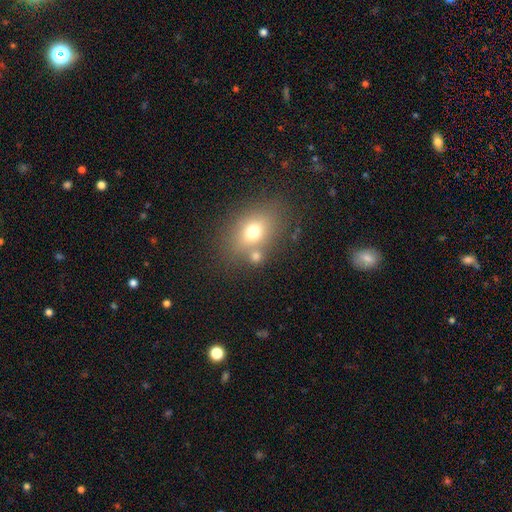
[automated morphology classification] A smooth galaxy with no disk features (70%) that is in between round and cigar-shaped (59%).

Vote fractions:
- Smooth or featured? smooth: 70% / featured or disk: 16% / star or artifact: 14%
- How rounded? in between: 59% / round: 39% / cigar-shaped: 2%
- Merging? none: 63% / merger: 19% / minor disturbance: 12% / major disturbance: 6%